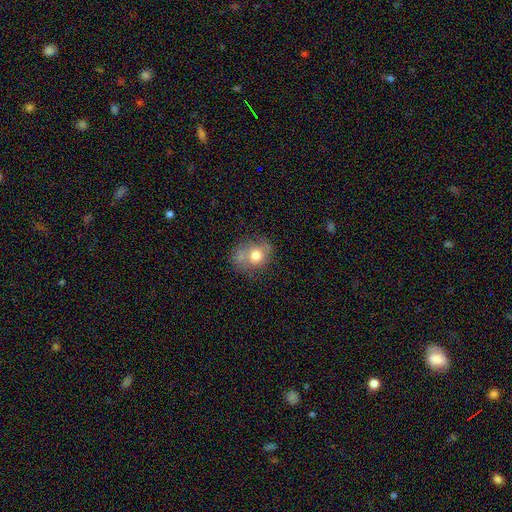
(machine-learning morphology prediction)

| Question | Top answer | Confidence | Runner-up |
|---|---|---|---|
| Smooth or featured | smooth | 69% | featured or disk (21%) |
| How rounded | round | 57% | in between (42%) |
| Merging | none | 52% | minor disturbance (24%) |